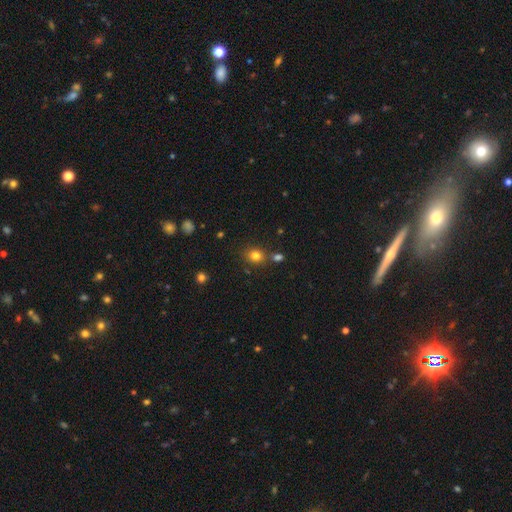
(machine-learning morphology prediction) Smooth or featured: smooth — 80% (star or artifact — 14%)
How rounded: round — 66% (in between — 33%)
Merging: none — 75% (merger — 11%)